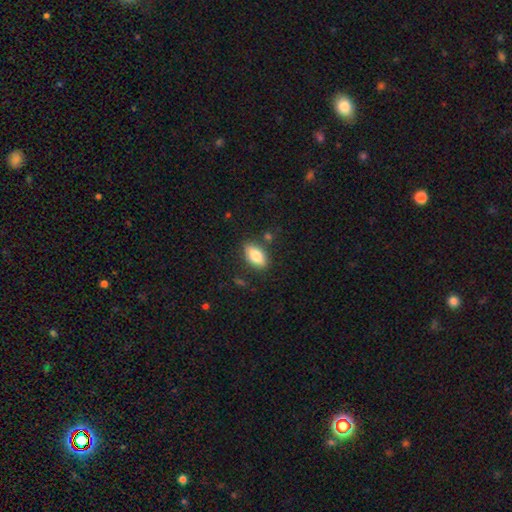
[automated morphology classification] Smooth or featured?
  - smooth: 82% *
  - featured or disk: 11%
  - star or artifact: 7%
How rounded?
  - in between: 89% *
  - cigar-shaped: 6%
  - round: 5%
Merging?
  - none: 82% *
  - minor disturbance: 12%
  - merger: 3%
  - major disturbance: 3%